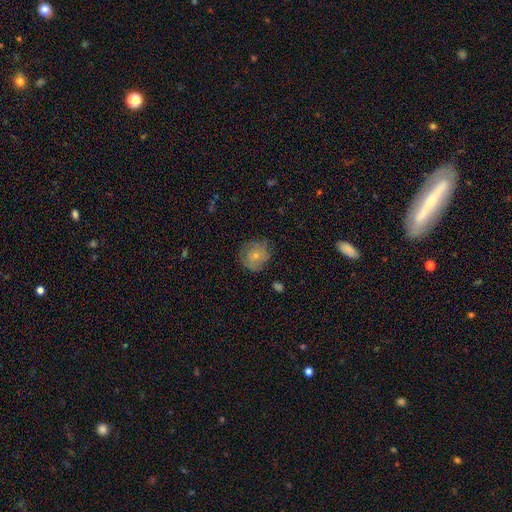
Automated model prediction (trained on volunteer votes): smooth-or-featured: smooth: 65% | featured or disk: 26% | star or artifact: 9%
  how-rounded: round: 85% | in between: 14% | cigar-shaped: 1%
  merging: none: 71% | minor disturbance: 21% | major disturbance: 6% | merger: 1%